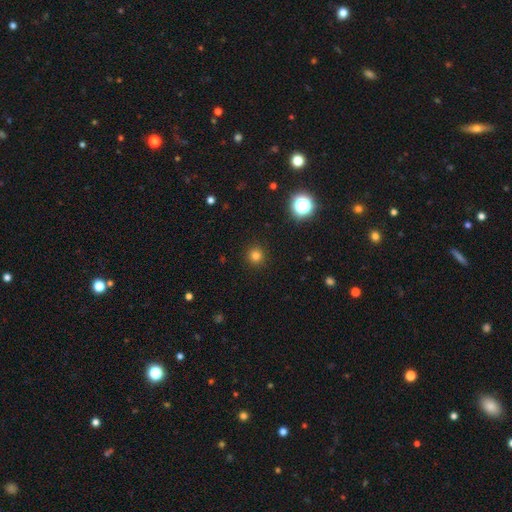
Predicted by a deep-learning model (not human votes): Smooth or featured? smooth (78%)
How rounded? round (95%)
Merging? none (92%)